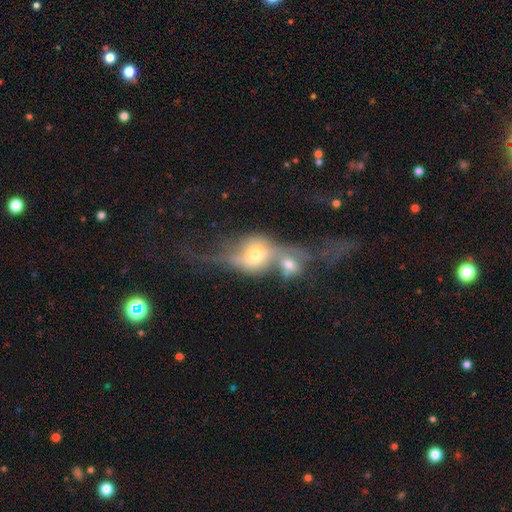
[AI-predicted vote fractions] Smooth or featured? featured or disk (62%)
Edge-on disk? no (83%)
Bar? no (65%)
Spiral arms? yes (59%)
Bulge size? moderate (54%)
Merging? merger (71%)